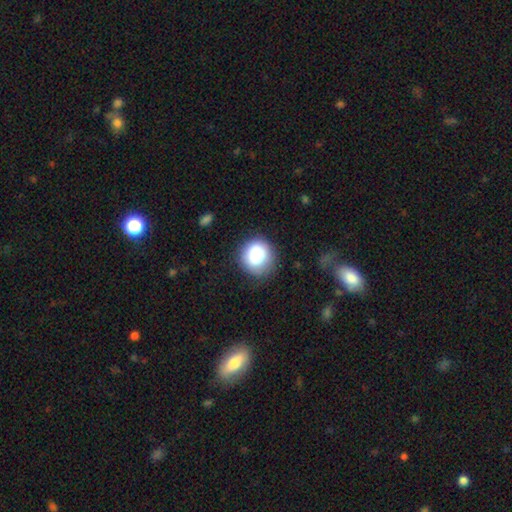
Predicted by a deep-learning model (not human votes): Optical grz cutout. It shows a smooth galaxy with no disk features (84%) that is round (87%). Merging: none (79%).